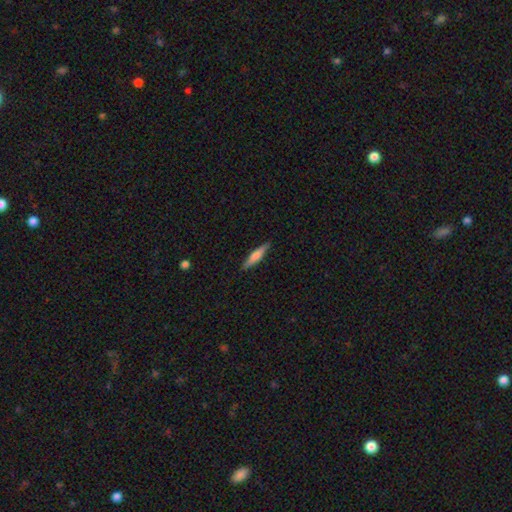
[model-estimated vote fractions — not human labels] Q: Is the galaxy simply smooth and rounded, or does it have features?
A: smooth — 54%.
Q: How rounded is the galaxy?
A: cigar-shaped — 87%.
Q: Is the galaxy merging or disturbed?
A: none — 90%.